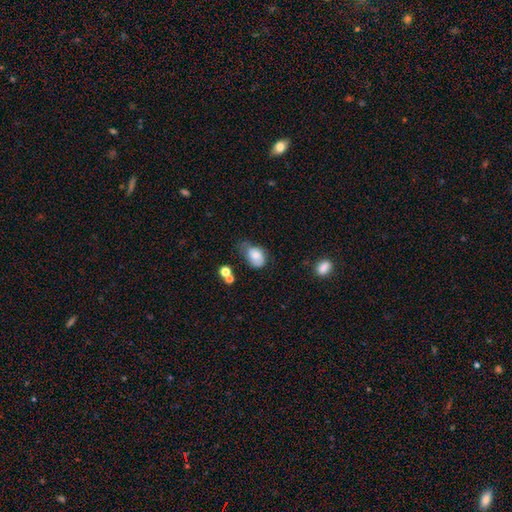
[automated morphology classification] smooth_or_featured: smooth (p=0.71) [alt: featured or disk p=0.20]
how_rounded: in between (p=0.79) [alt: round p=0.19]
merging: minor disturbance (p=0.42) [alt: none p=0.33]